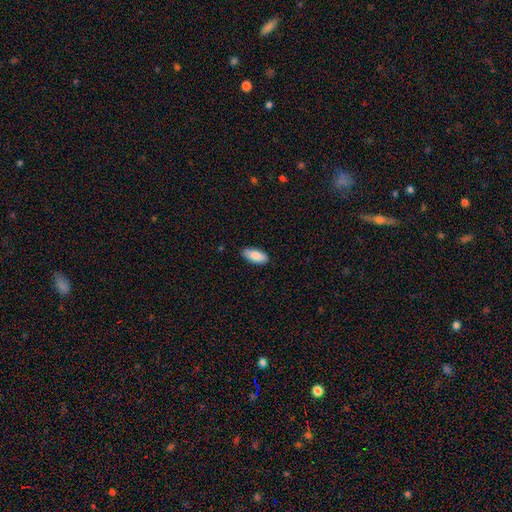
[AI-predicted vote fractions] Smooth or featured?
  - smooth: 87% *
  - featured or disk: 7%
  - star or artifact: 6%
How rounded?
  - in between: 88% *
  - cigar-shaped: 11%
  - round: 2%
Merging?
  - none: 87% *
  - minor disturbance: 11%
  - major disturbance: 2%
  - merger: 1%